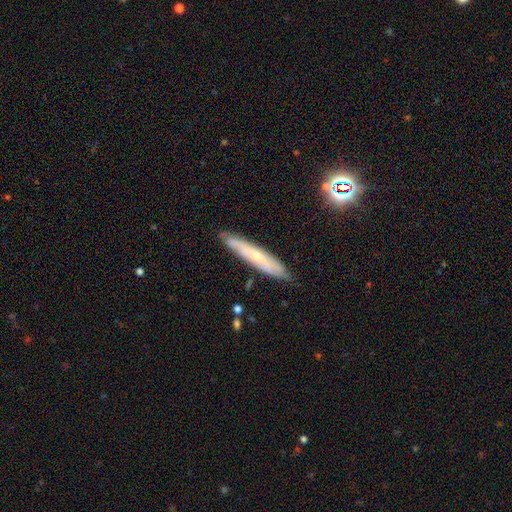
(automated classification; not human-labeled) smooth-or-featured: featured or disk: 55% | smooth: 37% | star or artifact: 8%
  disk-edge-on: yes: 63% | no: 37%
  merging: none: 82% | minor disturbance: 14% | major disturbance: 2% | merger: 2%